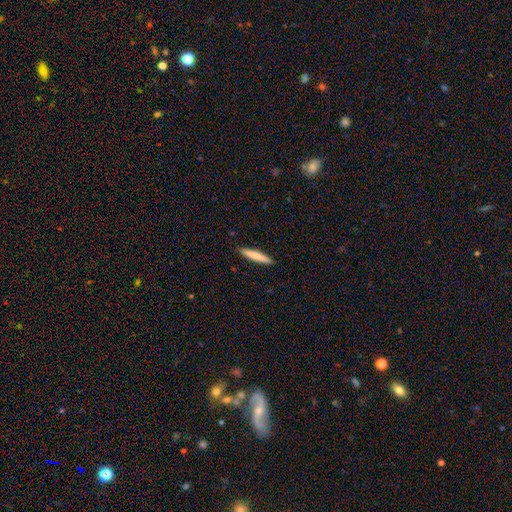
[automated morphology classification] This appears to be a smooth galaxy with no disk features (76%) that is cigar-shaped (94%). Merging: none (91%).